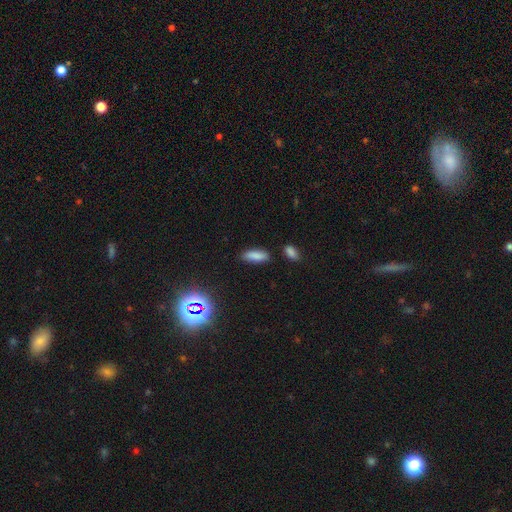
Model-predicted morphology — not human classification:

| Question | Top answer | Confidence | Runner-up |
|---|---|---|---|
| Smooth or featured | smooth | 83% | star or artifact (11%) |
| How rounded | in between | 66% | cigar-shaped (31%) |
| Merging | none | 82% | minor disturbance (11%) |